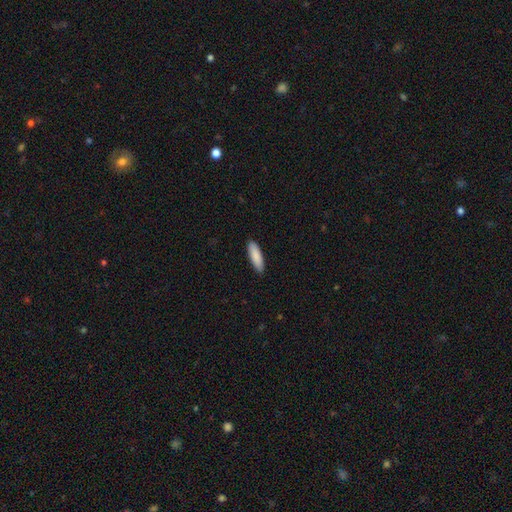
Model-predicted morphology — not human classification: Smooth or featured?
  - smooth: 89% *
  - featured or disk: 6%
  - star or artifact: 5%
How rounded?
  - cigar-shaped: 57% *
  - in between: 42%
  - round: 1%
Merging?
  - none: 89% *
  - minor disturbance: 9%
  - major disturbance: 1%
  - merger: 1%